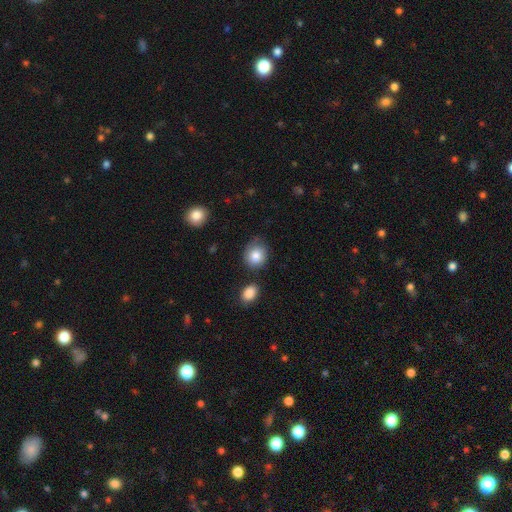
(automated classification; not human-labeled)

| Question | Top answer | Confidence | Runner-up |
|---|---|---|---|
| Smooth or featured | smooth | 83% | featured or disk (9%) |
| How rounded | round | 75% | in between (24%) |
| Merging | none | 68% | minor disturbance (21%) |